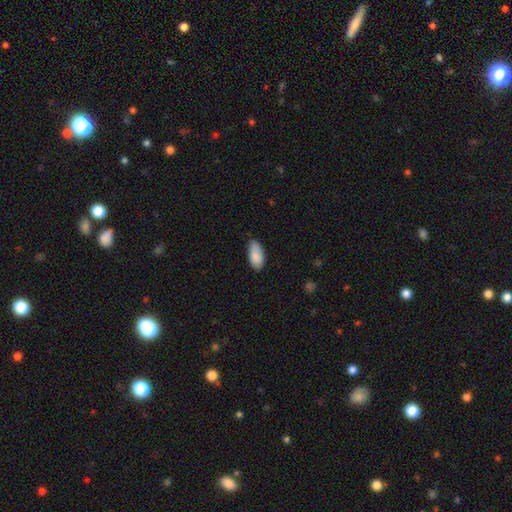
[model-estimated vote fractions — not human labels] Morphology: type=smooth (88%); roundness=in between (92%); merging=none (74%).